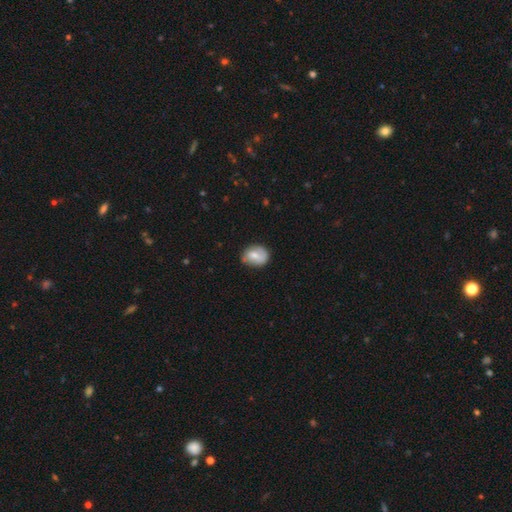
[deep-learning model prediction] Smooth or featured? Predicted: smooth (p=0.62). How rounded? Predicted: in between (p=0.54). Merging? Predicted: none (p=0.65).